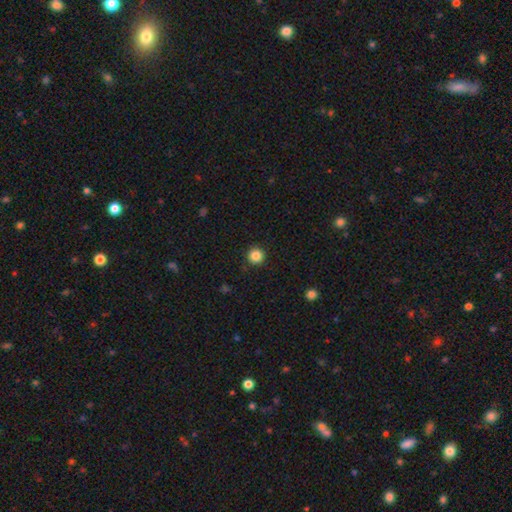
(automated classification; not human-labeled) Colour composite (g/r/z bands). It shows a smooth galaxy with no disk features (85%) that is round (96%). Merging: none (93%).